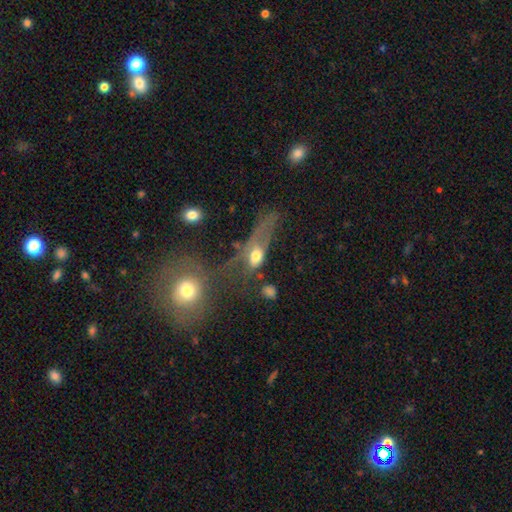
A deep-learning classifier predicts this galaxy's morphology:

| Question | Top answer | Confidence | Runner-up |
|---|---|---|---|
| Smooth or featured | smooth | 50% | featured or disk (36%) |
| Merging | major disturbance | 44% | merger (22%) |